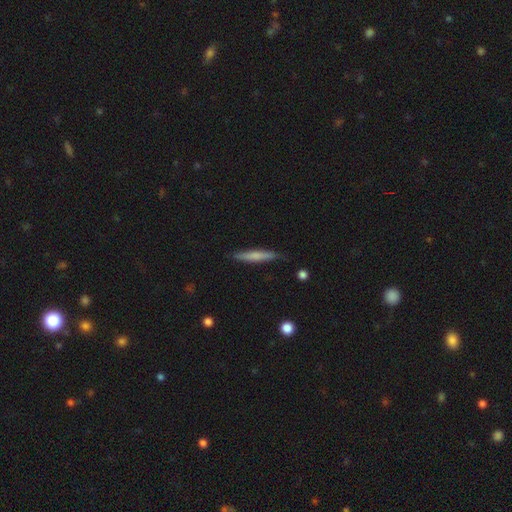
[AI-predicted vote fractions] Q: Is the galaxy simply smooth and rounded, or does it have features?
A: smooth — 62%.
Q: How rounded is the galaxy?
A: cigar-shaped — 92%.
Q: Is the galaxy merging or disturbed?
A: none — 84%.